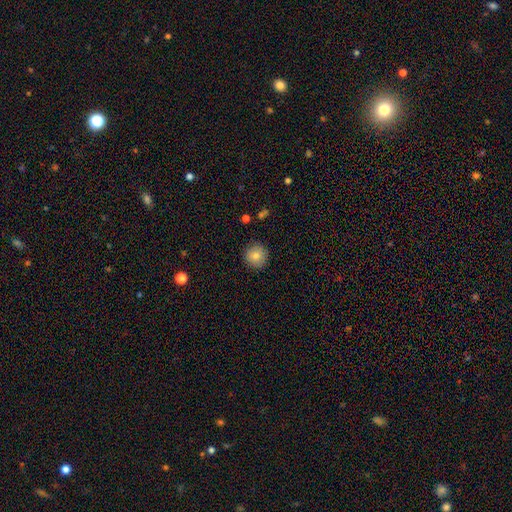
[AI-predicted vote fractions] Smooth or featured? Predicted: smooth (p=0.82). How rounded? Predicted: round (p=0.95). Merging? Predicted: none (p=0.90).